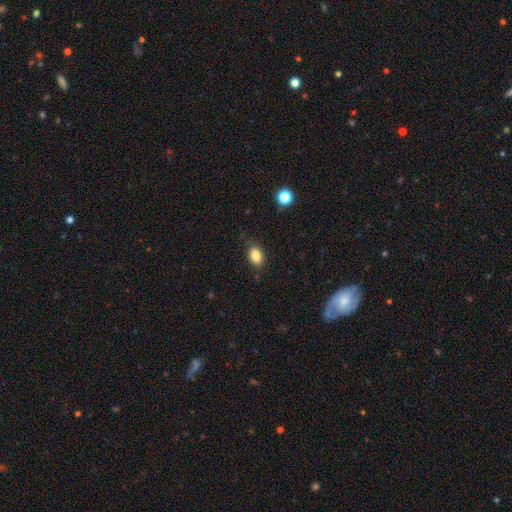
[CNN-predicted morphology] Smooth or featured? smooth (85%)
How rounded? in between (84%)
Merging? none (82%)